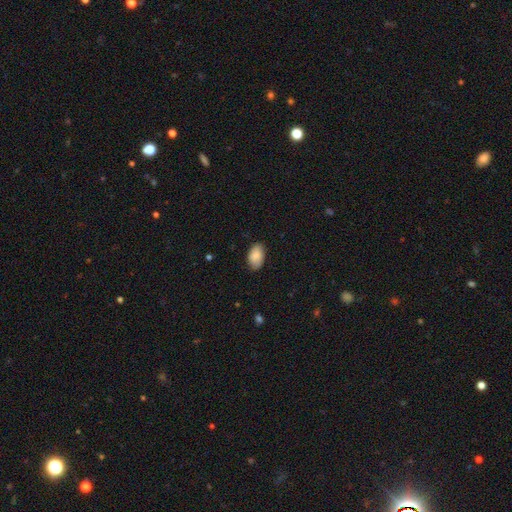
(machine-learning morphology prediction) smooth 87%, featured or disk 7%, star or artifact 6%. Down the decision tree: how rounded — in between (94%); merging — none (83%).